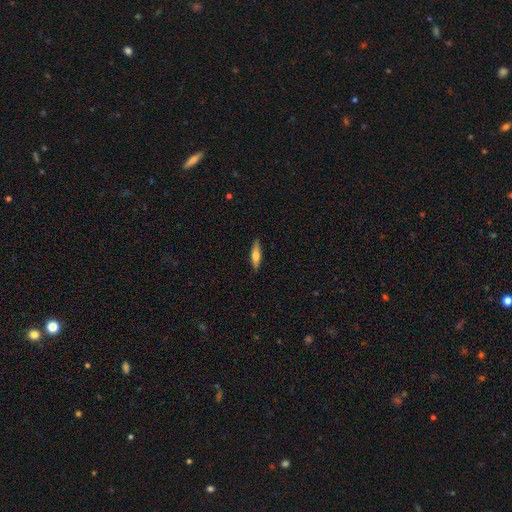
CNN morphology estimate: Q: Smooth or featured?
A: smooth (62%); runner-up: featured or disk (32%)
Q: How rounded?
A: cigar-shaped (66%); runner-up: in between (32%)
Q: Merging?
A: none (89%); runner-up: minor disturbance (9%)